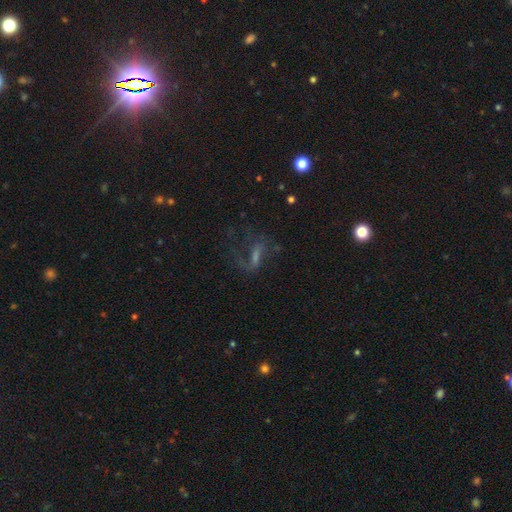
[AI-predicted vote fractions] A featured or disk galaxy (57%) with a weak bar (39%), spiral arms (74%) and no central bulge (35%). Merging: none (49%).